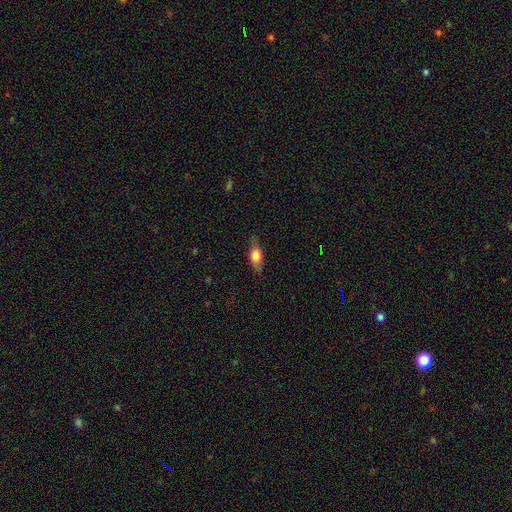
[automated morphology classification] smooth 65%, featured or disk 28%, star or artifact 7%. Down the decision tree: how rounded — in between (72%); merging — none (76%).